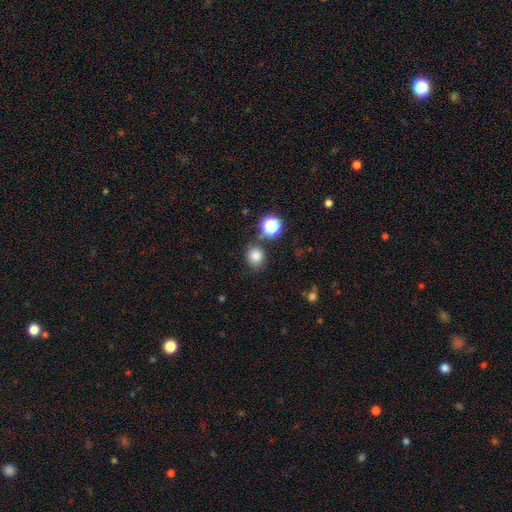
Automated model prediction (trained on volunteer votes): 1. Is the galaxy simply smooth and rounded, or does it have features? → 80% smooth, 14% star or artifact, 6% featured or disk.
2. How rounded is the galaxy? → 71% round, 28% in between, 1% cigar-shaped.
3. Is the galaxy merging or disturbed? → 78% none, 11% minor disturbance, 8% merger, 3% major disturbance.